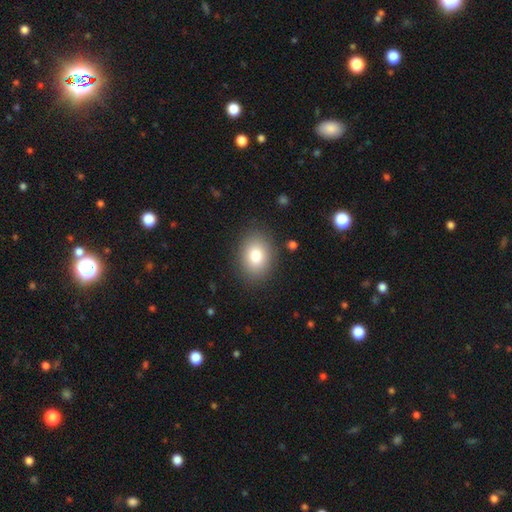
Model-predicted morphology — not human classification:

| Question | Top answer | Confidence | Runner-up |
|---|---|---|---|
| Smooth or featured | smooth | 81% | featured or disk (10%) |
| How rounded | in between | 61% | round (38%) |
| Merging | none | 86% | minor disturbance (9%) |